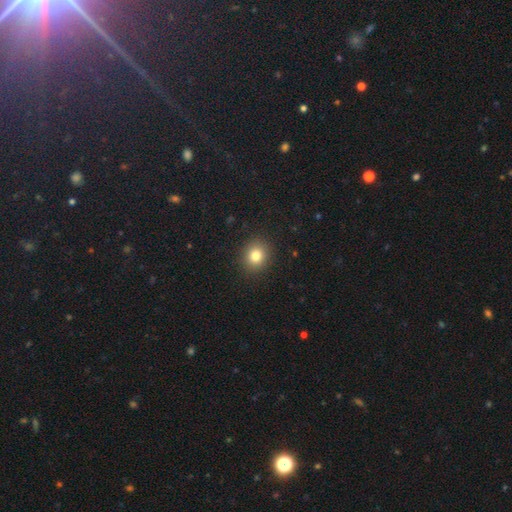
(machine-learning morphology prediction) The model was most divided on "how rounded": round: 76%, in between: 23%, cigar-shaped: 1%. More confident: merging — none (90%); smooth or featured — smooth (81%).